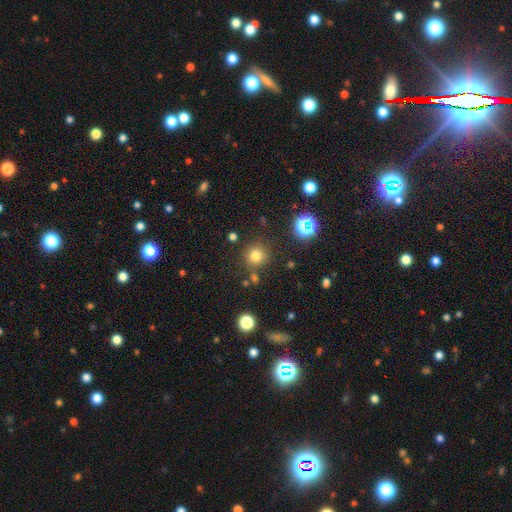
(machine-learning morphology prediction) smooth-or-featured: smooth: 74% | star or artifact: 19% | featured or disk: 7%
  how-rounded: round: 94% | in between: 5% | cigar-shaped: 1%
  merging: none: 83% | minor disturbance: 8% | merger: 6% | major disturbance: 3%